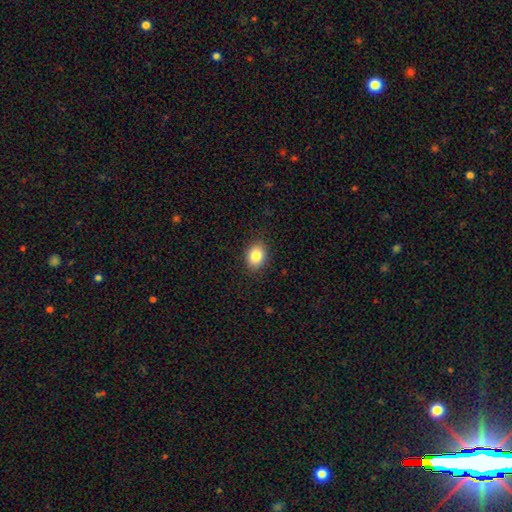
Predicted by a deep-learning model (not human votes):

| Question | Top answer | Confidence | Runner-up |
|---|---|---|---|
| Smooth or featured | smooth | 85% | star or artifact (9%) |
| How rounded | in between | 63% | round (36%) |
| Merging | none | 88% | minor disturbance (9%) |